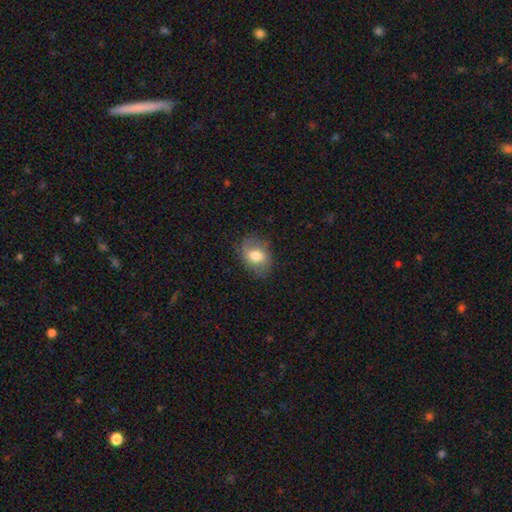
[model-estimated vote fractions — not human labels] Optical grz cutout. It shows a smooth galaxy with no disk features (66%) that is in between round and cigar-shaped (67%). Merging: none (70%).